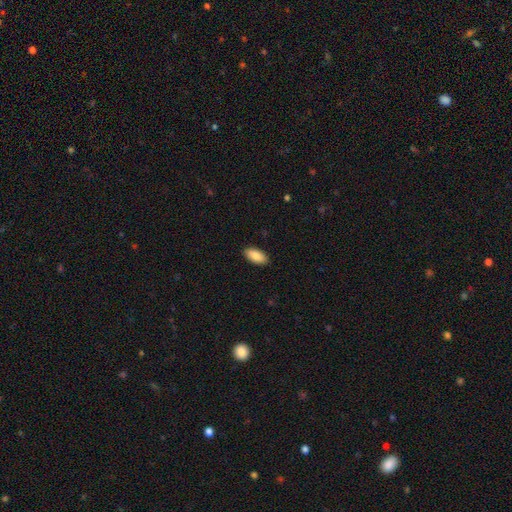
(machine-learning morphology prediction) Smooth or featured?
  - smooth: 87% *
  - featured or disk: 7%
  - star or artifact: 6%
How rounded?
  - in between: 91% *
  - cigar-shaped: 7%
  - round: 2%
Merging?
  - none: 90% *
  - minor disturbance: 7%
  - major disturbance: 2%
  - merger: 1%